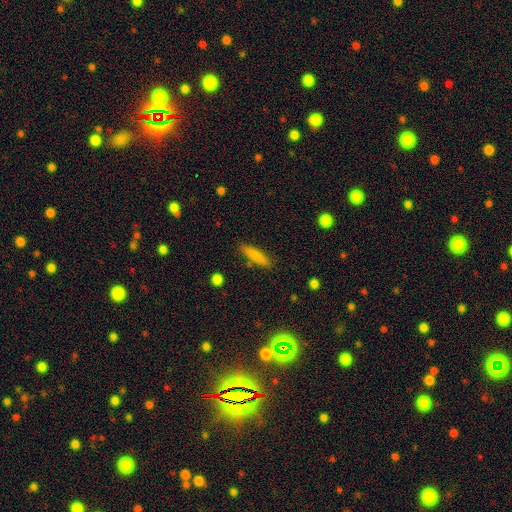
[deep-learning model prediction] Smooth or featured?
  - smooth: 80% *
  - featured or disk: 13%
  - star or artifact: 7%
How rounded?
  - cigar-shaped: 82% *
  - in between: 16%
  - round: 2%
Merging?
  - none: 84% *
  - minor disturbance: 11%
  - merger: 3%
  - major disturbance: 2%